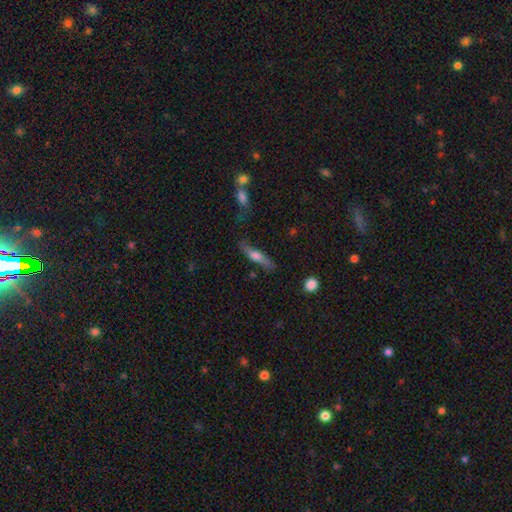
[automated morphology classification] This is possibly a featured or disk galaxy (48%). Merging: likely none (72%).